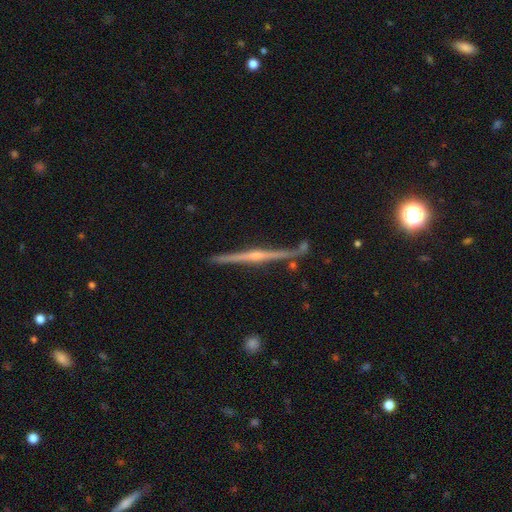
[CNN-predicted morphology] A featured or disk galaxy (85%) viewed edge-on (98%) with a rounded central bulge (80%).

Vote fractions:
- Smooth or featured? featured or disk: 85% / smooth: 9% / star or artifact: 6%
- Edge-on disk? yes: 98% / no: 2%
- Edge-on bulge? rounded: 80% / none: 14% / boxy: 6%
- Merging? none: 82% / minor disturbance: 11% / merger: 5% / major disturbance: 3%